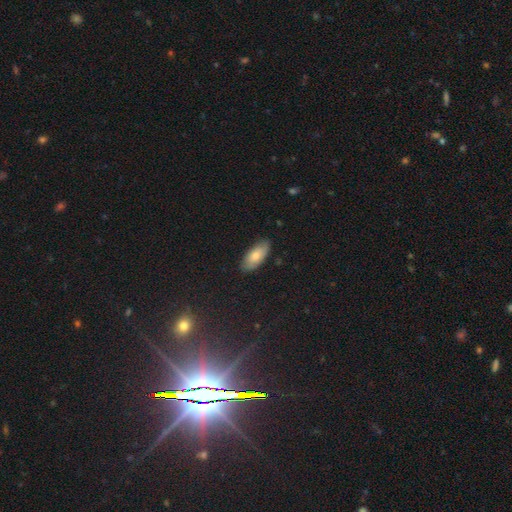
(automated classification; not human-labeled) A smooth galaxy with no disk features (76%) that is in between round and cigar-shaped (89%).

Vote fractions:
- Smooth or featured? smooth: 76% / featured or disk: 18% / star or artifact: 7%
- How rounded? in between: 89% / cigar-shaped: 9% / round: 2%
- Merging? none: 84% / minor disturbance: 13% / major disturbance: 2% / merger: 1%